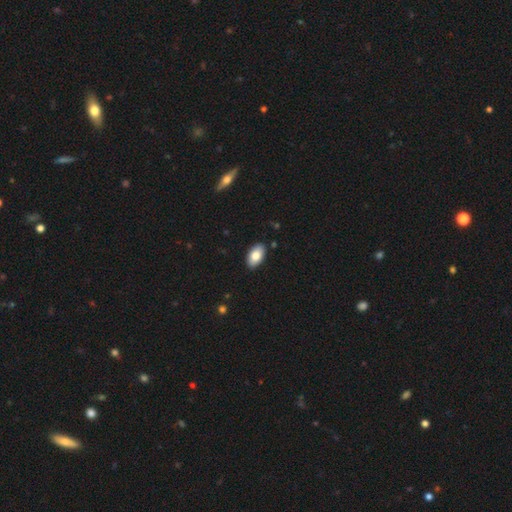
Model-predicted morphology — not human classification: A smooth galaxy with no disk features (81%) that is in between round and cigar-shaped (95%). Merging: none (89%).